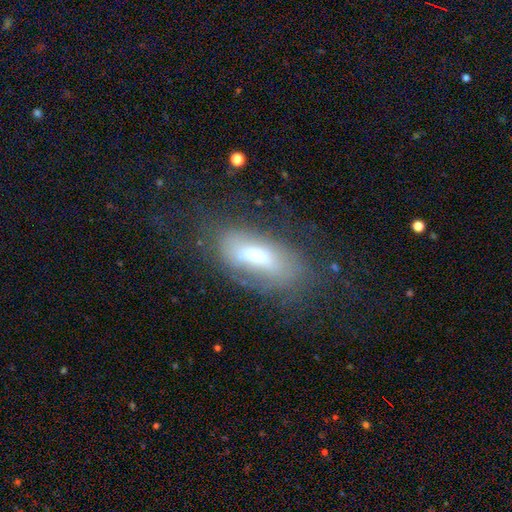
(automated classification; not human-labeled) smooth 51%, featured or disk 38%, star or artifact 11%. Down the decision tree: how rounded — in between (75%); merging — none (54%).